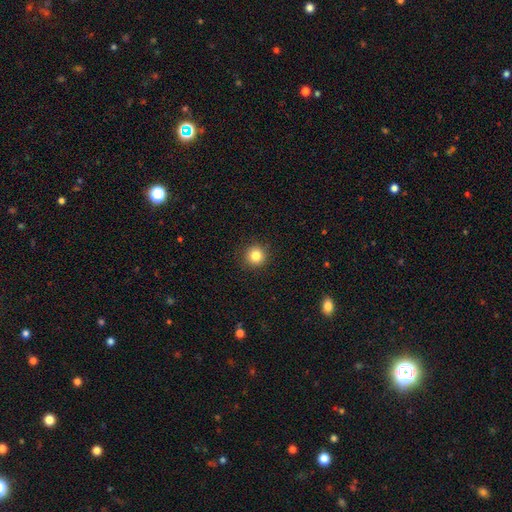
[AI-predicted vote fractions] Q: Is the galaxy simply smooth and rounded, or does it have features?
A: smooth — 84%.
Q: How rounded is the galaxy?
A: round — 94%.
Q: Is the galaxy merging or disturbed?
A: none — 92%.